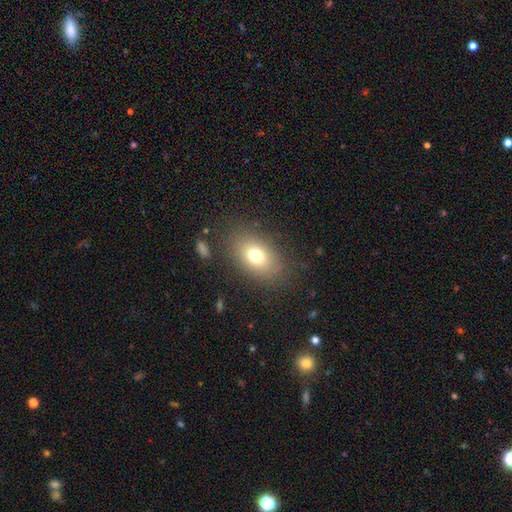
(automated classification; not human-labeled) Smooth or featured?
  - smooth: 74% *
  - featured or disk: 15%
  - star or artifact: 11%
How rounded?
  - in between: 81% *
  - round: 17%
  - cigar-shaped: 2%
Merging?
  - none: 81% *
  - minor disturbance: 11%
  - major disturbance: 6%
  - merger: 2%